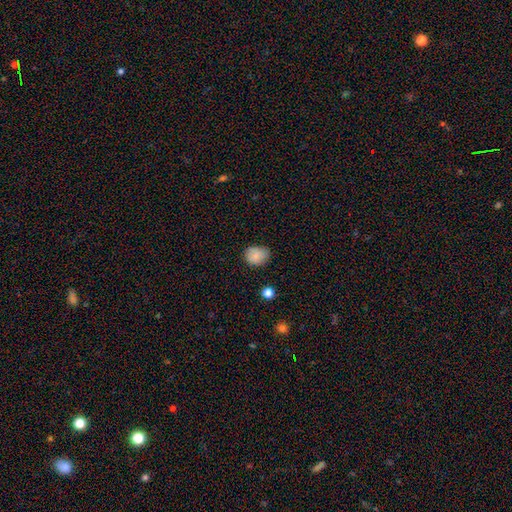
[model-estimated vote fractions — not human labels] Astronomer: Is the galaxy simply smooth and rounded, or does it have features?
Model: smooth — 84%.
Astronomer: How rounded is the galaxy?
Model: round — 51% (runner-up: in between, 48%).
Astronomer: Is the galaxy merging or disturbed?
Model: none — 72%.